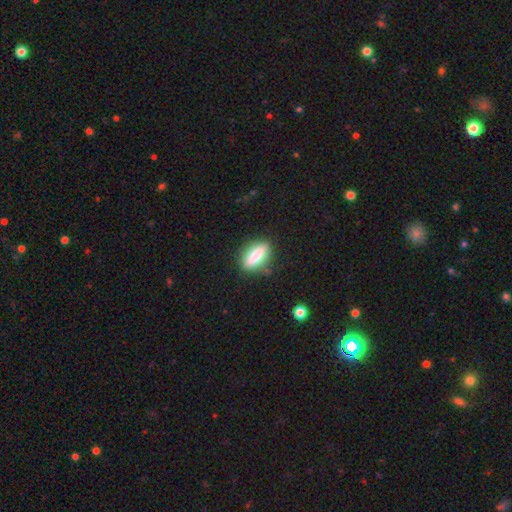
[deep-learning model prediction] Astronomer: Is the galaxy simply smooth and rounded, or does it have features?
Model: smooth — 63%.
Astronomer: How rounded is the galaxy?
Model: in between — 50% (runner-up: cigar-shaped, 46%).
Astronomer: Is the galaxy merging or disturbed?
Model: none — 82%.